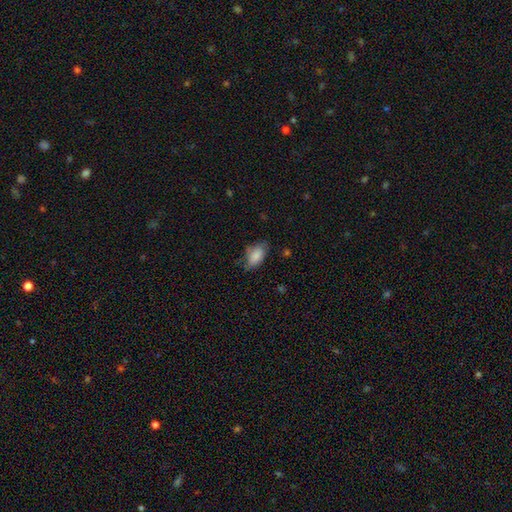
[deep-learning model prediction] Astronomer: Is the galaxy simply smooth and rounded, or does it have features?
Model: smooth — 85%.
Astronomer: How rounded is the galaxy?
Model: in between — 92%.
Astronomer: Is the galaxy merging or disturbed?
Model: none — 65%.